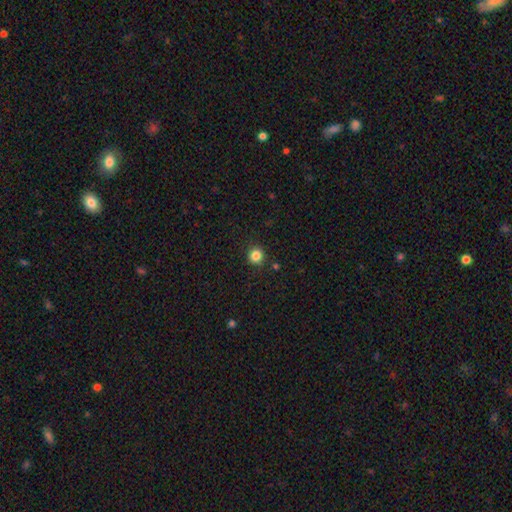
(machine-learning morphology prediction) type=smooth (84%); roundness=round (92%); merging=none (91%).